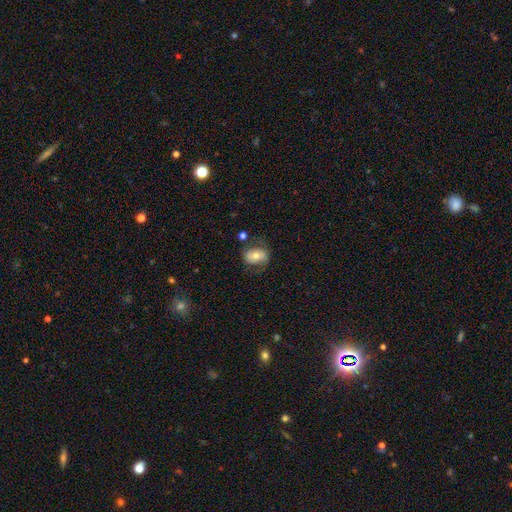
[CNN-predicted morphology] Smooth or featured: smooth — 58% (featured or disk — 34%)
How rounded: in between — 68% (round — 30%)
Merging: none — 63% (minor disturbance — 21%)